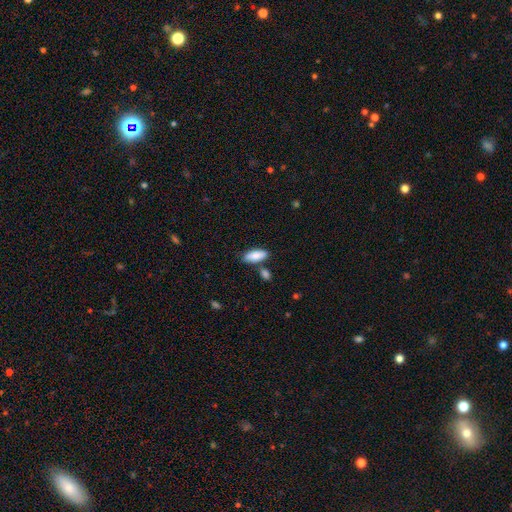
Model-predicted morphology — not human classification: smooth-or-featured: smooth: 86% | featured or disk: 8% | star or artifact: 6%
  how-rounded: in between: 80% | cigar-shaped: 18% | round: 2%
  merging: none: 74% | minor disturbance: 13% | merger: 10% | major disturbance: 3%